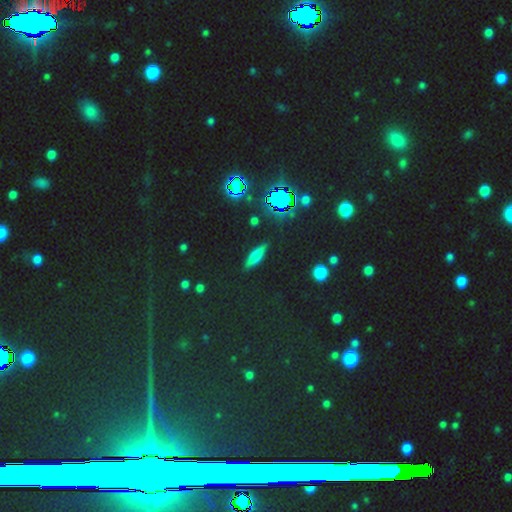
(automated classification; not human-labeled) smooth-or-featured: smooth: 56% | star or artifact: 26% | featured or disk: 18%
  how-rounded: cigar-shaped: 52% | in between: 39% | round: 9%
  merging: none: 88% | minor disturbance: 8% | major disturbance: 3% | merger: 2%